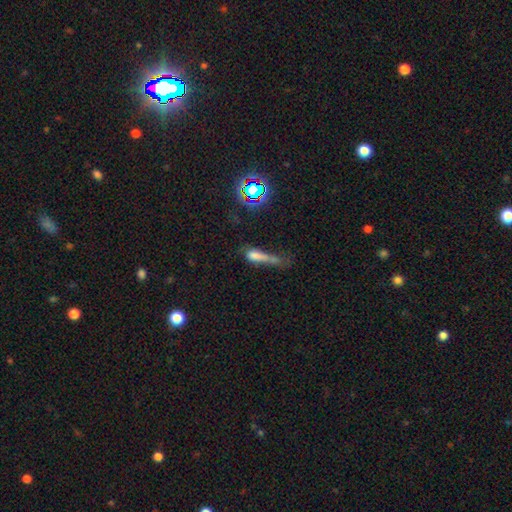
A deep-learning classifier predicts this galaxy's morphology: Smooth or featured? smooth (58%)
How rounded? cigar-shaped (57%)
Merging? major disturbance (39%)